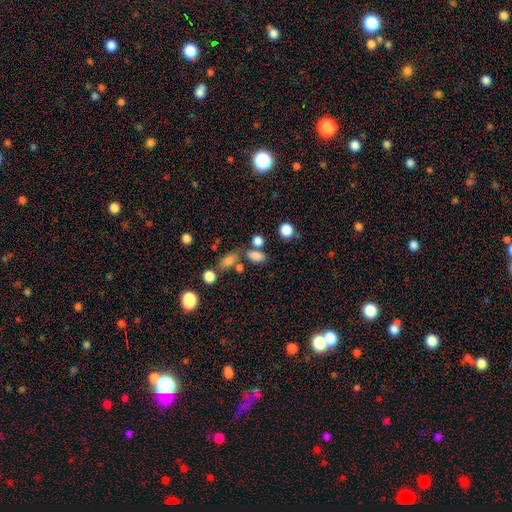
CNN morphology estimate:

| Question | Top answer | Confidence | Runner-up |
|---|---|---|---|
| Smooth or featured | smooth | 80% | star or artifact (13%) |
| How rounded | in between | 84% | round (12%) |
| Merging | none | 58% | merger (22%) |